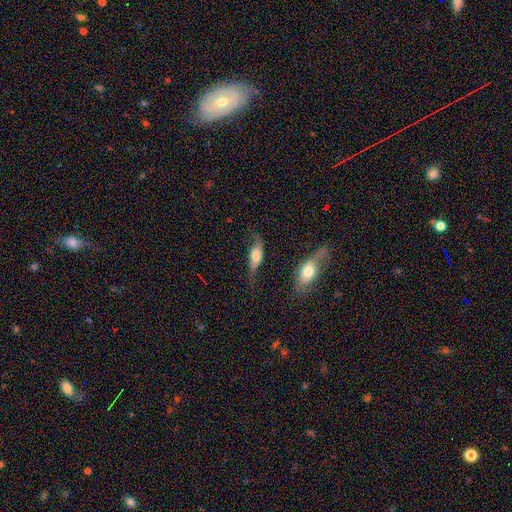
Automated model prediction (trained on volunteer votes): This appears to be a featured or disk galaxy (51%). Merging: none (44%).